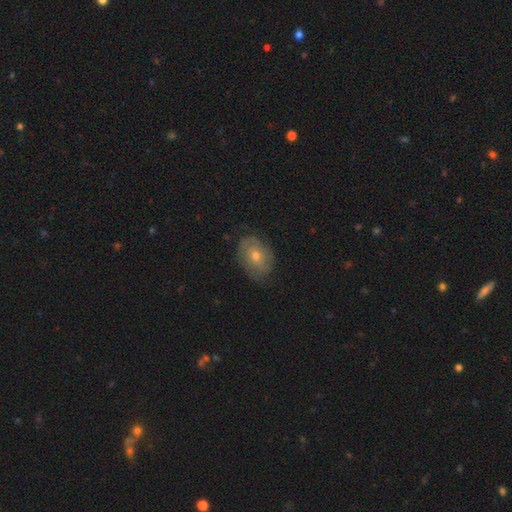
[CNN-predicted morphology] Q: Smooth or featured?
A: featured or disk (48%); runner-up: smooth (42%)
Q: Merging?
A: none (76%); runner-up: minor disturbance (18%)